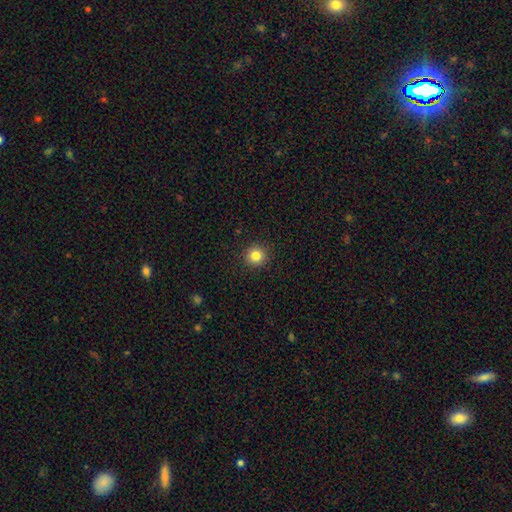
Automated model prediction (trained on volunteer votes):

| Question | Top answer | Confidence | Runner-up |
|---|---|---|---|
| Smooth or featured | smooth | 83% | star or artifact (11%) |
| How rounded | round | 93% | in between (6%) |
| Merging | none | 92% | minor disturbance (5%) |